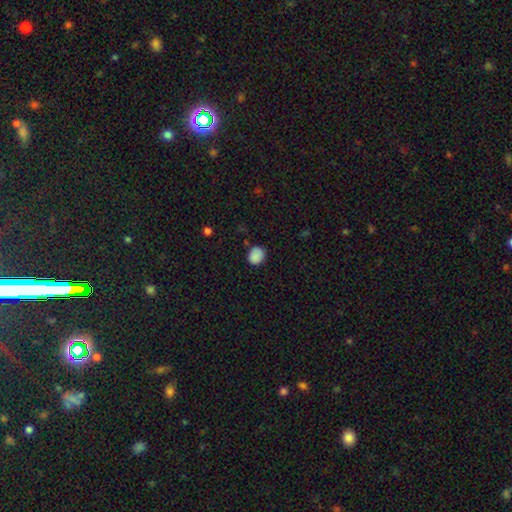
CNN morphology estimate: Smooth or featured?
  - smooth: 87% *
  - star or artifact: 9%
  - featured or disk: 4%
How rounded?
  - round: 67% *
  - in between: 32%
  - cigar-shaped: 1%
Merging?
  - none: 79% *
  - minor disturbance: 16%
  - major disturbance: 3%
  - merger: 2%